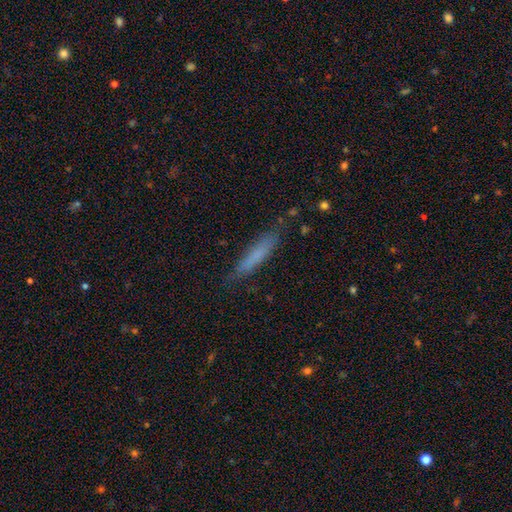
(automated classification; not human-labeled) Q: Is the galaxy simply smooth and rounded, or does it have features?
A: smooth — 71%.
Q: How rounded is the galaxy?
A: cigar-shaped — 90%.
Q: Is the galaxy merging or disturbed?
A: none — 81%.